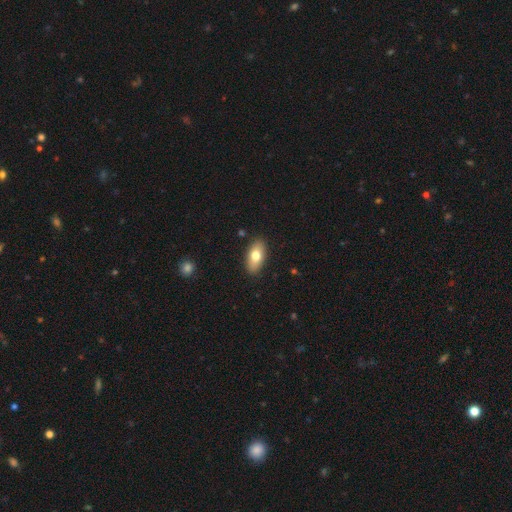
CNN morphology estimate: smooth 74%, featured or disk 19%, star or artifact 7%. Down the decision tree: how rounded — in between (89%); merging — none (88%).